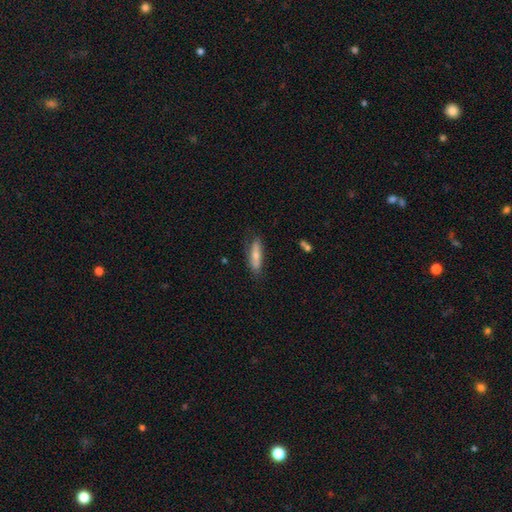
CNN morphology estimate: A smooth galaxy with no disk features (64%) that is cigar-shaped (57%). Merging: none (71%).